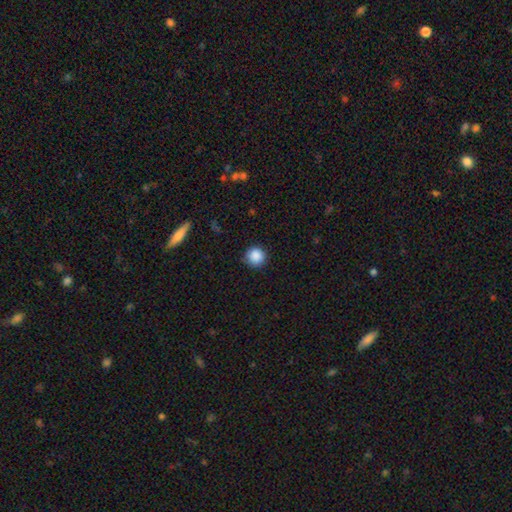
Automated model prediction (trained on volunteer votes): A smooth galaxy with no disk features (88%) that is round (95%). Merging: none (89%).